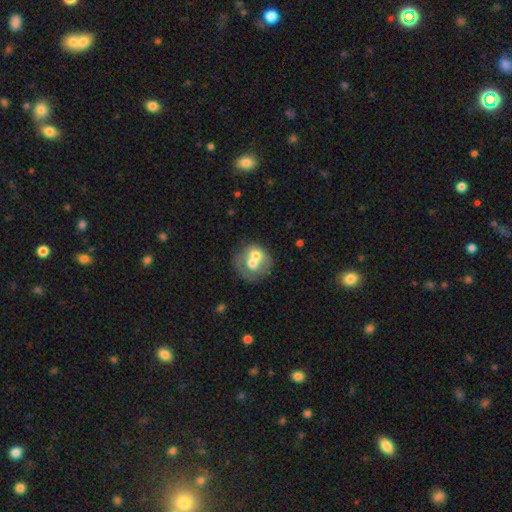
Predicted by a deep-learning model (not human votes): This appears to be a smooth galaxy with no disk features (53%) that is round (73%). Merging: merger (61%).